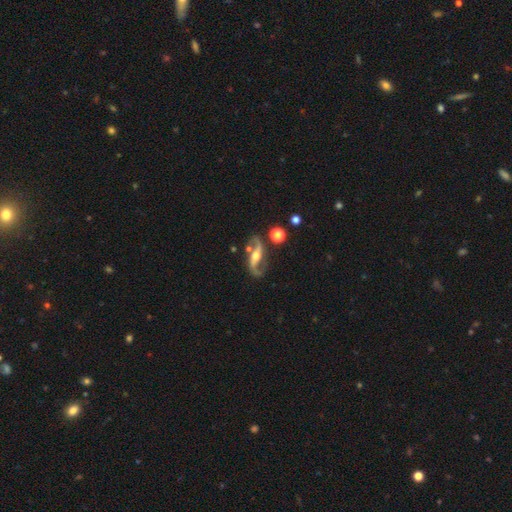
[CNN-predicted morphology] Smooth or featured? Predicted: featured or disk (p=0.89). Edge-on disk? Predicted: no (p=0.93). Bar? Predicted: strong (p=0.38). Spiral arms? Predicted: yes (p=0.96). Spiral winding? Predicted: loose (p=0.72). Spiral arm count? Predicted: 2 (p=0.93). Bulge size? Predicted: moderate (p=0.66). Merging? Predicted: none (p=0.74).